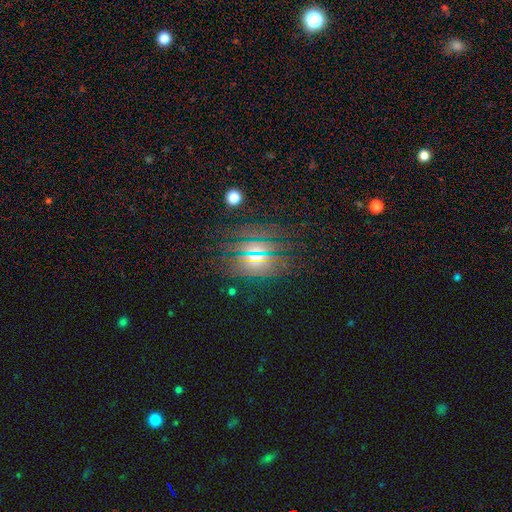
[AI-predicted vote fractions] Overall: star or artifact (42%; smooth 38%).